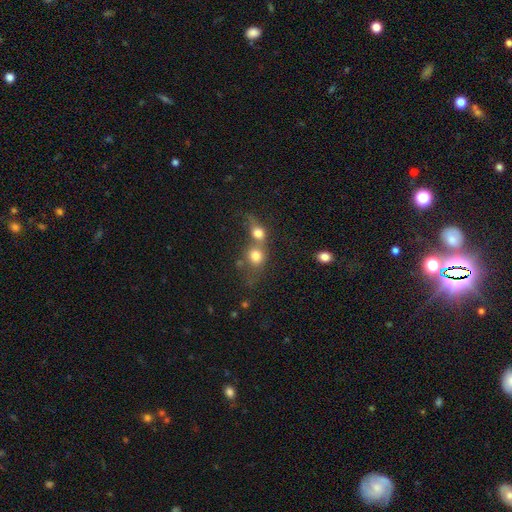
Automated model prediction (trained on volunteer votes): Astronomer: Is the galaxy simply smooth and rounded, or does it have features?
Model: smooth — 76%.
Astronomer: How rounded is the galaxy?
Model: round — 74%.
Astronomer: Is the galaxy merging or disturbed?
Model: merger — 62%.